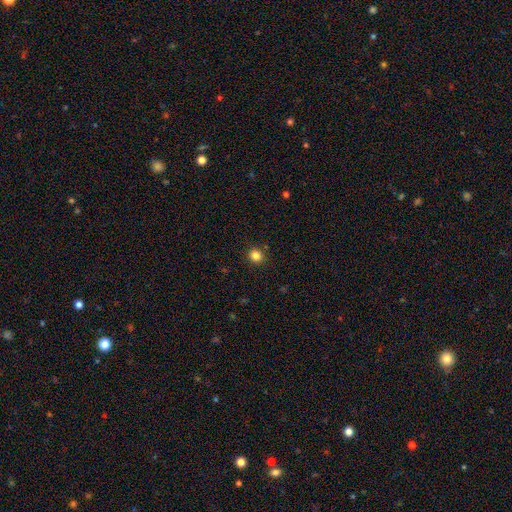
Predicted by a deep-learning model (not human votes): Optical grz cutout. It shows a smooth galaxy with no disk features (83%) that is round (91%). Merging: none (91%).